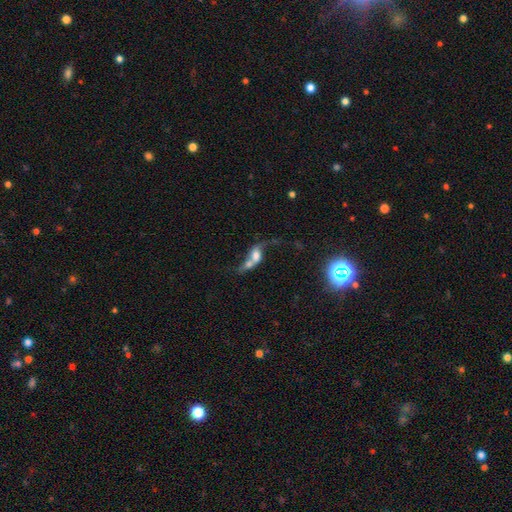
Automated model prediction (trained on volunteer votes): This is possibly a featured or disk galaxy (49%). Merging: likely merger (68%).